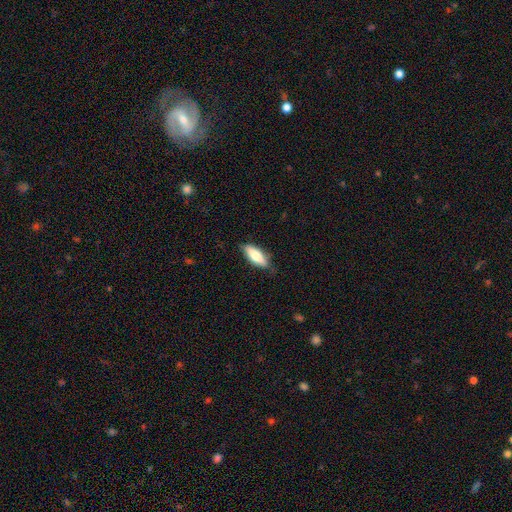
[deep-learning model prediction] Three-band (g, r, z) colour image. It shows a smooth galaxy with no disk features (75%) that is in between round and cigar-shaped (68%). Merging: none (78%).